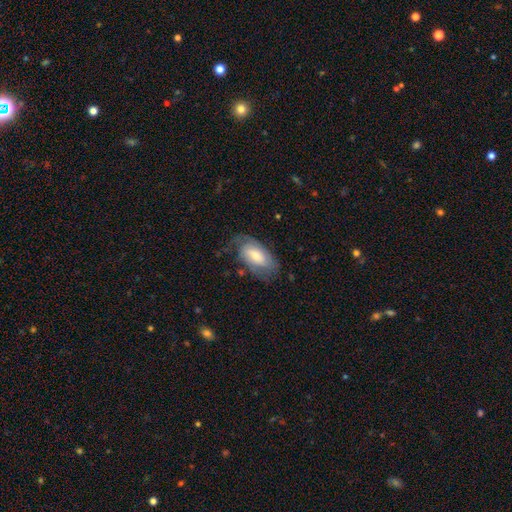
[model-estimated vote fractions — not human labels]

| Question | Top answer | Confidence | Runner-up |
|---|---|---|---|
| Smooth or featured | featured or disk | 56% | smooth (38%) |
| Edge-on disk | no | 92% | yes (8%) |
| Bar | no | 48% | weak (39%) |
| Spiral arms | yes | 81% | no (19%) |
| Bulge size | moderate | 50% | small (38%) |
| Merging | none | 56% | minor disturbance (25%) |